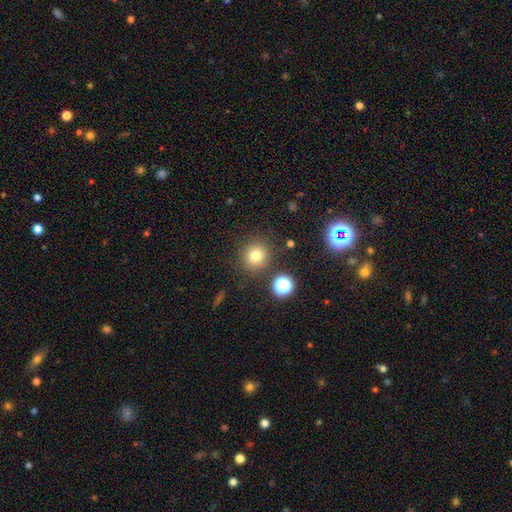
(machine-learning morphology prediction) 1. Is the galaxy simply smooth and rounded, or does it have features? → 77% smooth, 15% star or artifact, 7% featured or disk.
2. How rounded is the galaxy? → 89% round, 10% in between, 1% cigar-shaped.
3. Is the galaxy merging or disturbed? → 83% none, 9% minor disturbance, 5% merger, 3% major disturbance.